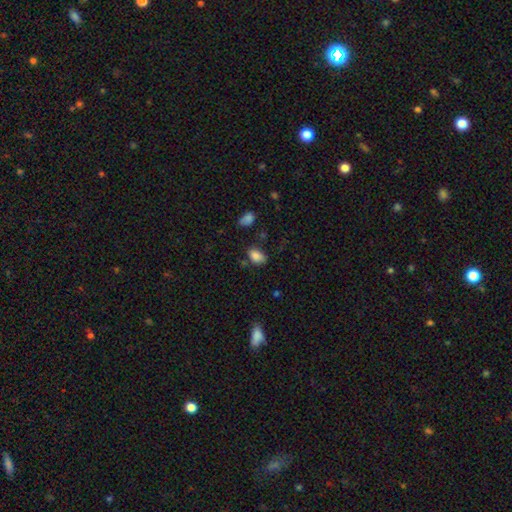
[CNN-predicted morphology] Smooth or featured: smooth — 84% (star or artifact — 9%)
How rounded: in between — 89% (round — 9%)
Merging: none — 69% (minor disturbance — 20%)